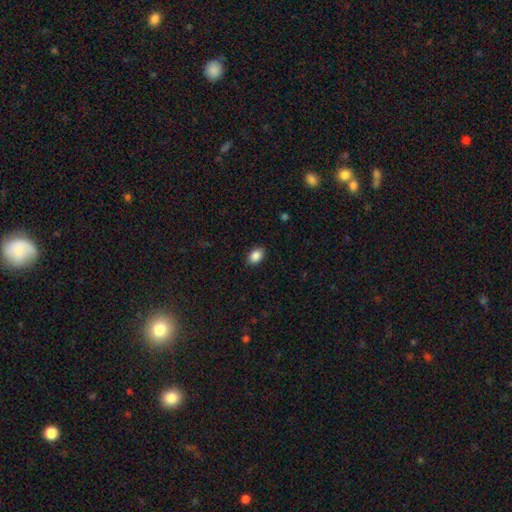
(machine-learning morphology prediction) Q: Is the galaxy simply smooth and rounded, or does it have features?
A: smooth — 88%.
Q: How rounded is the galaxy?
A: in between — 82%.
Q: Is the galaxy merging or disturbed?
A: none — 88%.